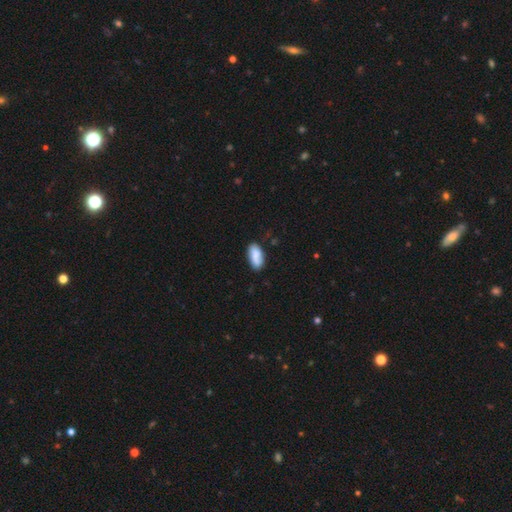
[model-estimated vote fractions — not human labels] Overall: smooth (81%). How rounded: in between (90%). Merging: none (74%).